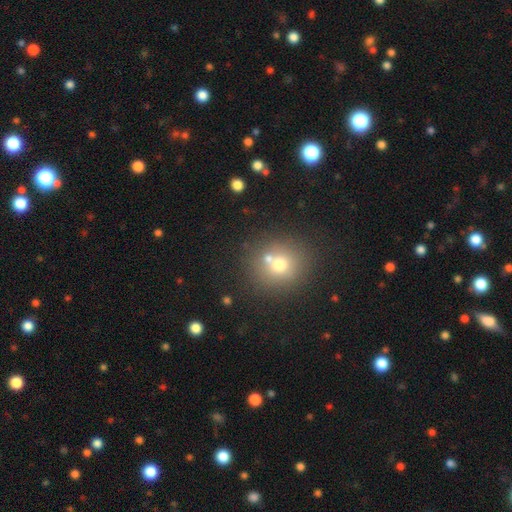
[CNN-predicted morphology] Smooth or featured: smooth — 61% (star or artifact — 30%)
How rounded: round — 84% (in between — 15%)
Merging: none — 91% (minor disturbance — 5%)